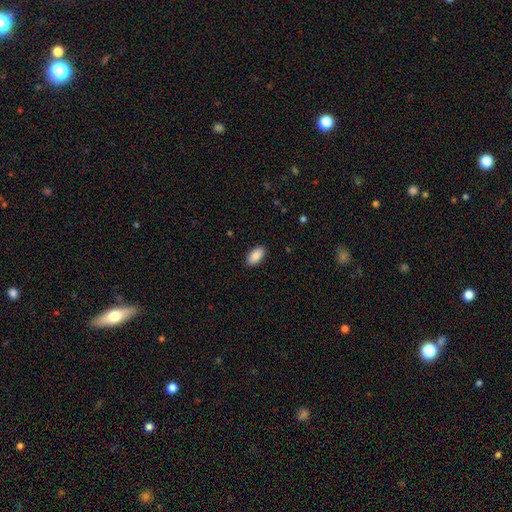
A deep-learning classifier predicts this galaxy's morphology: Smooth or featured? smooth (89%)
How rounded? in between (94%)
Merging? none (89%)